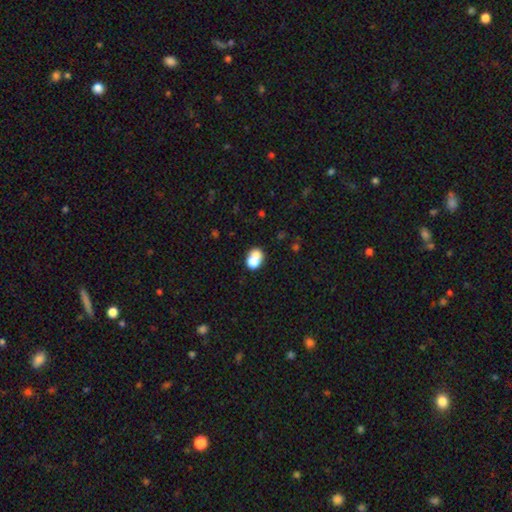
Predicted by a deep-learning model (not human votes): smooth_or_featured: smooth (p=0.72) [alt: featured or disk p=0.18]
how_rounded: in between (p=0.52) [alt: round p=0.47]
merging: merger (p=0.50) [alt: none p=0.33]